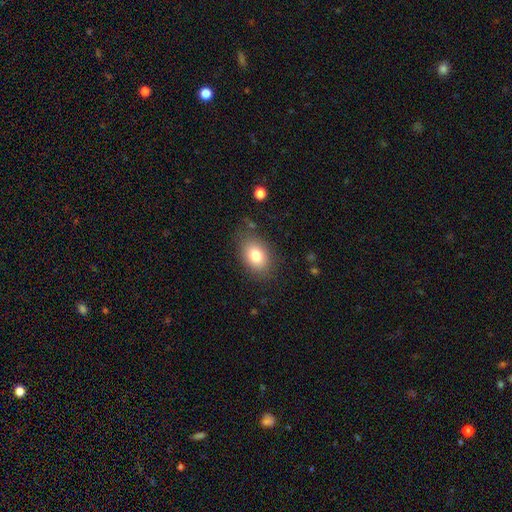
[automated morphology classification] smooth_or_featured: smooth (p=0.80) [alt: featured or disk p=0.11]
how_rounded: in between (p=0.78) [alt: round p=0.21]
merging: none (p=0.79) [alt: minor disturbance p=0.15]